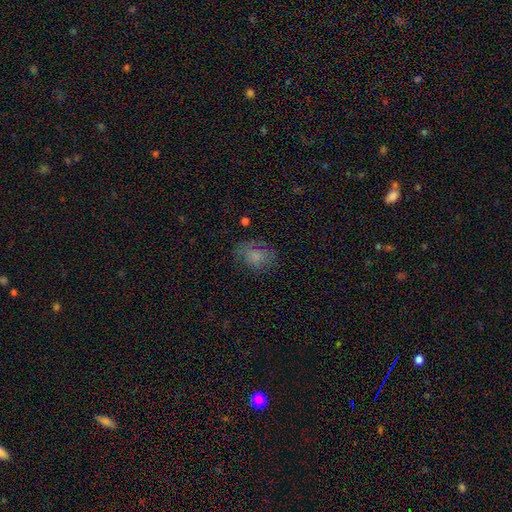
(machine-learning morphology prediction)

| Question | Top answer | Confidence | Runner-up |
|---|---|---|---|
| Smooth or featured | smooth | 71% | featured or disk (17%) |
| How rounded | in between | 59% | round (40%) |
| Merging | none | 65% | minor disturbance (23%) |